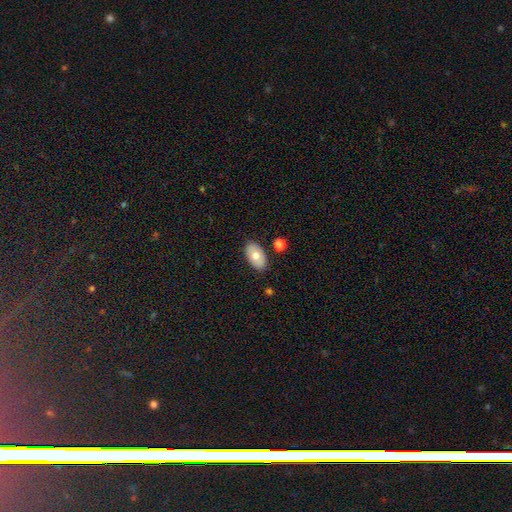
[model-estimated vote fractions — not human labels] Smooth or featured? smooth (70%)
How rounded? in between (93%)
Merging? none (83%)